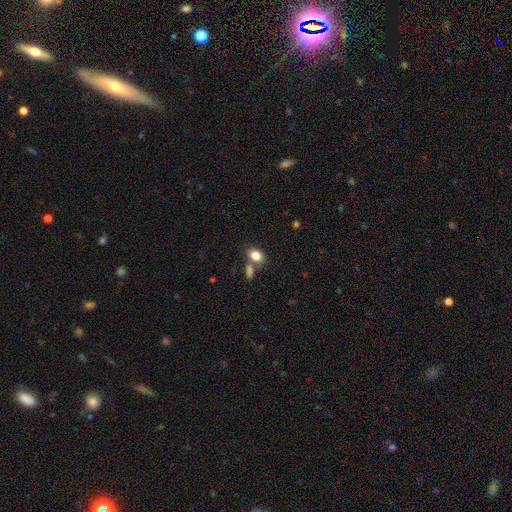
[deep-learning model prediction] This appears to be a smooth galaxy with no disk features (83%) that is in between round and cigar-shaped (77%). Merging: none (54%).